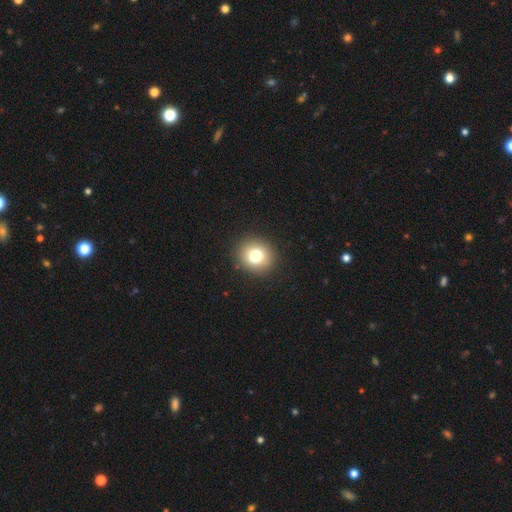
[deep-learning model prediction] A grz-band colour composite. It shows a smooth galaxy with no disk features (79%) that is round (83%). Merging: none (89%).